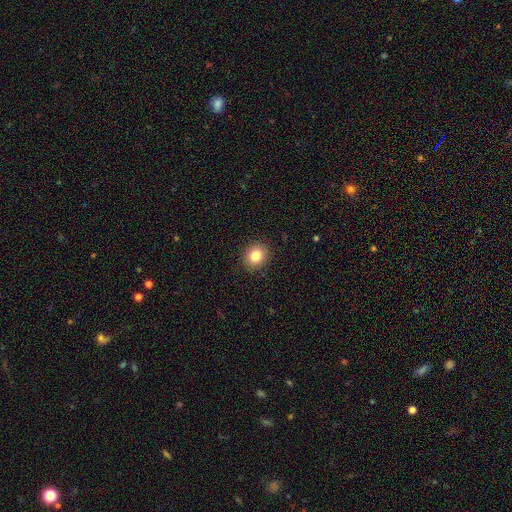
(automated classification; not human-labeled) A smooth galaxy with no disk features (84%) that is round (75%).

Vote fractions:
- Smooth or featured? smooth: 84% / star or artifact: 10% / featured or disk: 6%
- How rounded? round: 75% / in between: 24% / cigar-shaped: 1%
- Merging? none: 91% / minor disturbance: 6% / major disturbance: 2% / merger: 1%